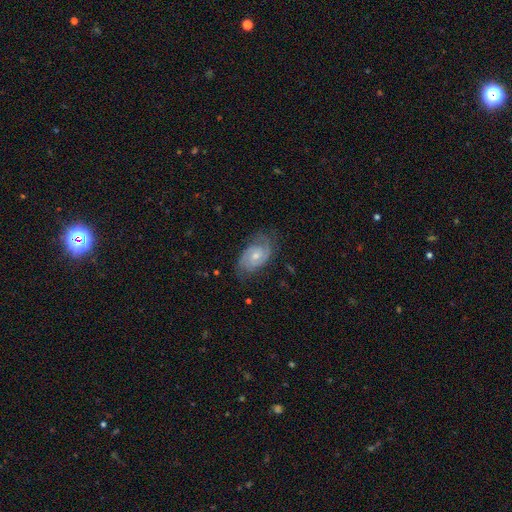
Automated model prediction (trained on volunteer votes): featured or disk 81%, smooth 13%, star or artifact 6%. Down the decision tree: edge-on disk — no (97%); bar — no (66%); spiral arms — yes (95%); spiral arm count — 2 (76%); spiral winding — tight (48%); bulge size — small (51%); merging — none (70%).